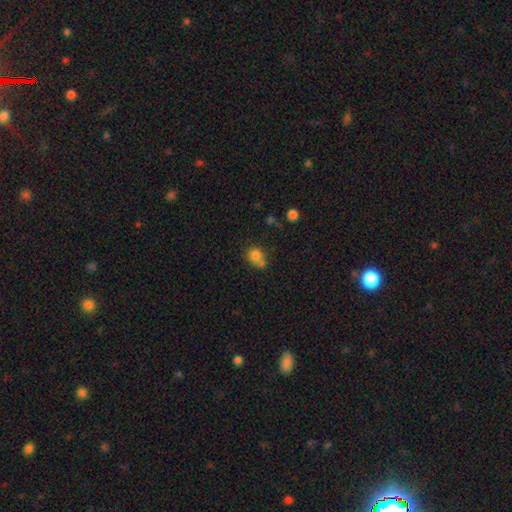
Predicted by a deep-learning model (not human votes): Smooth or featured?
  - smooth: 79% *
  - star or artifact: 12%
  - featured or disk: 9%
How rounded?
  - round: 76% *
  - in between: 23%
  - cigar-shaped: 1%
Merging?
  - none: 45% *
  - merger: 37%
  - minor disturbance: 13%
  - major disturbance: 5%